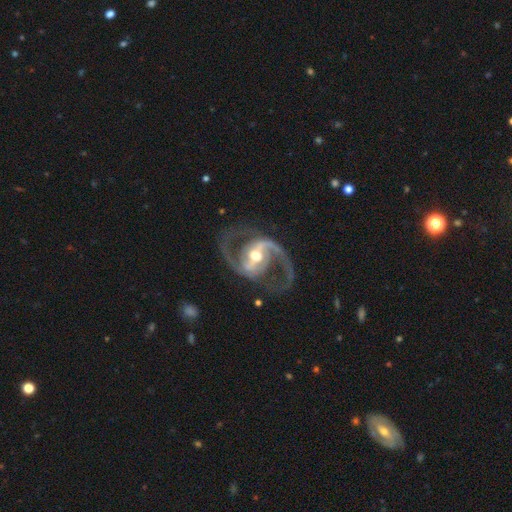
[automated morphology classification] featured or disk 93%, star or artifact 4%, smooth 3%. Down the decision tree: edge-on disk — no (98%); bar — strong (50%); spiral arms — yes (98%); spiral arm count — 2 (94%); spiral winding — medium (64%); bulge size — moderate (72%); merging — none (78%).